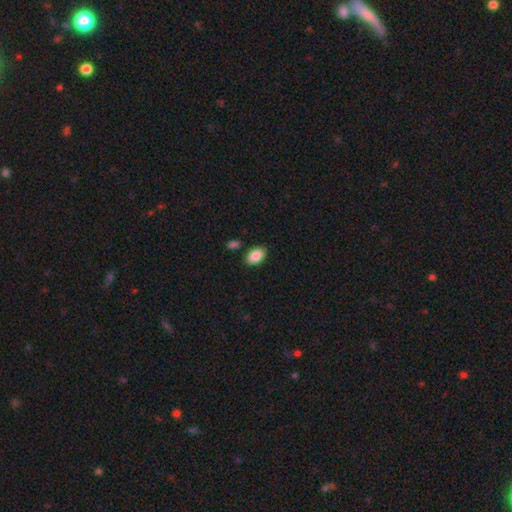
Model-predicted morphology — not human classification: Overall: smooth (88%). How rounded: in between (89%). Merging: none (84%).